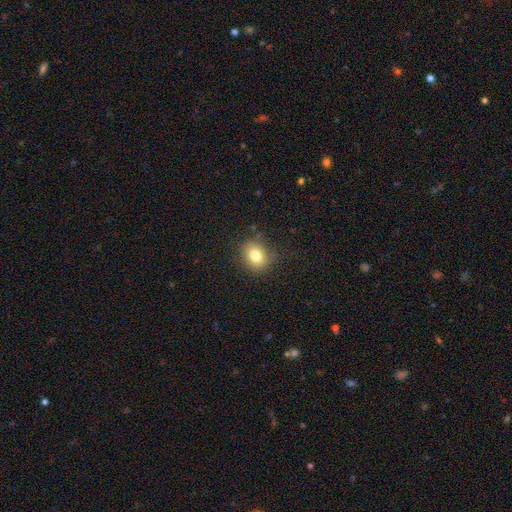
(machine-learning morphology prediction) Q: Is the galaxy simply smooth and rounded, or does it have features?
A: smooth — 79%.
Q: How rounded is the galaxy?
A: round — 62%.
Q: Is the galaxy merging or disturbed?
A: none — 81%.